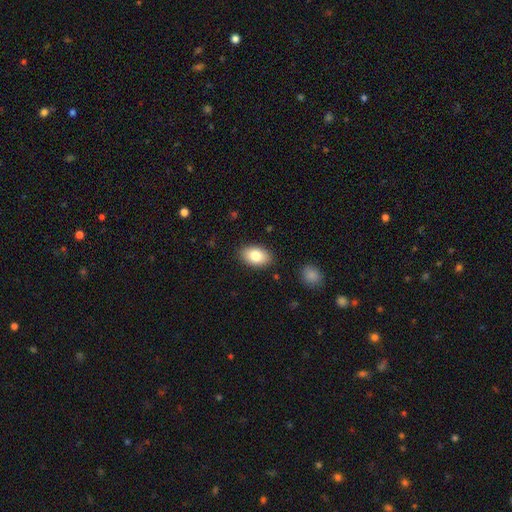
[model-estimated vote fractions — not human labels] This appears to be a smooth galaxy with no disk features (82%) that is in between round and cigar-shaped (90%). Merging: none (87%).